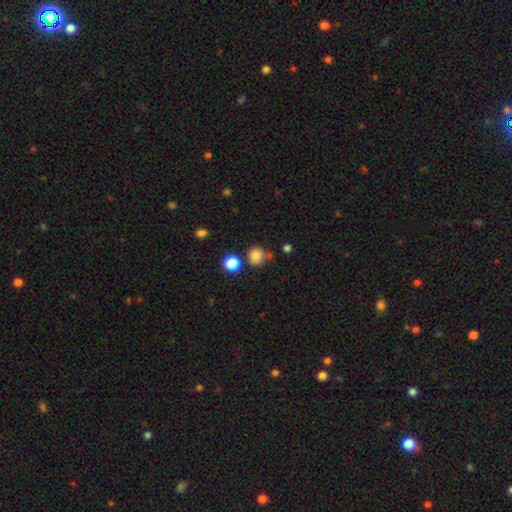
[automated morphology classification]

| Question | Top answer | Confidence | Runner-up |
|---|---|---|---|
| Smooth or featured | smooth | 82% | star or artifact (13%) |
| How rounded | round | 84% | in between (15%) |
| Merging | none | 71% | minor disturbance (15%) |